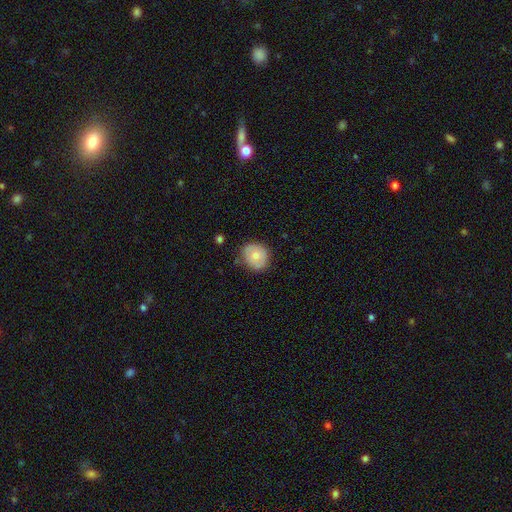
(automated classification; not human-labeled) Smooth or featured: smooth — 71% (featured or disk — 22%)
How rounded: round — 81% (in between — 18%)
Merging: none — 73% (minor disturbance — 21%)